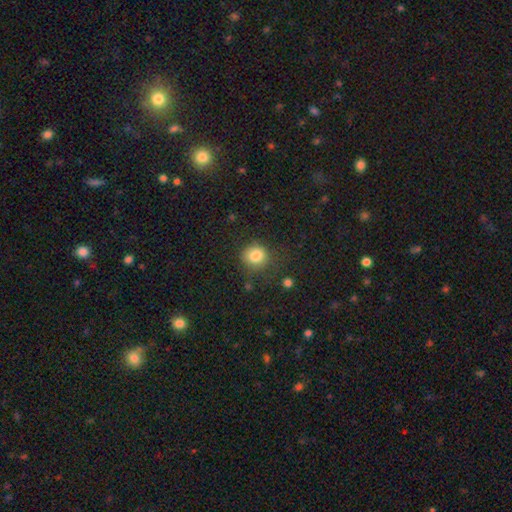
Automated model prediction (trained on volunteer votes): This is clearly a smooth galaxy (84%). How rounded: clearly round (82%). Merging: likely none (71%).